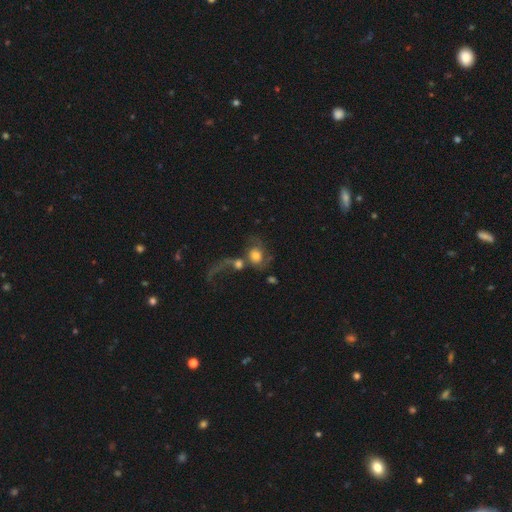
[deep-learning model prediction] Morphology: type=smooth (50%); roundness=round (64%); merging=merger (55%).